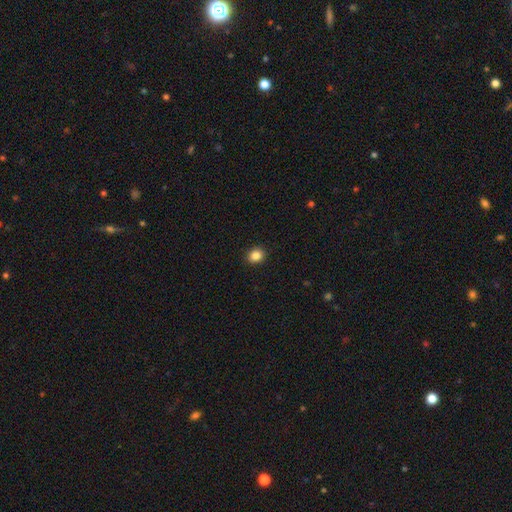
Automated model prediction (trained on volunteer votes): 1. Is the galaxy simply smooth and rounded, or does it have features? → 85% smooth, 11% star or artifact, 4% featured or disk.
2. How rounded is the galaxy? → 71% round, 28% in between, 1% cigar-shaped.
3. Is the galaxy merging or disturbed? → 91% none, 6% minor disturbance, 2% major disturbance, 1% merger.